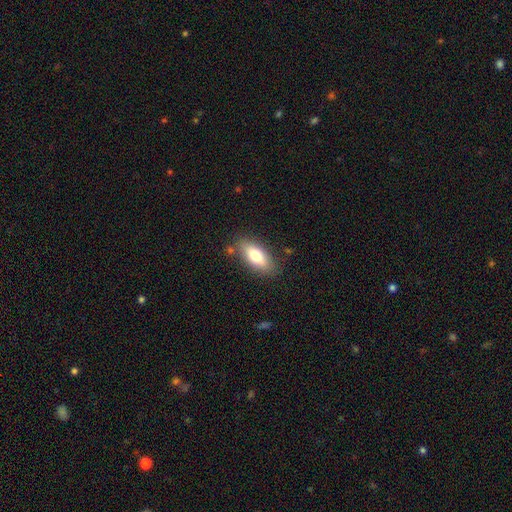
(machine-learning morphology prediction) type=smooth (75%); roundness=in between (80%); merging=none (81%).